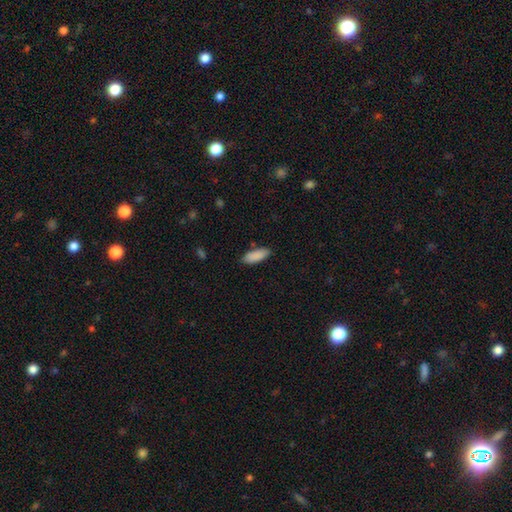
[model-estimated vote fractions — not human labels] This is clearly a smooth galaxy (89%). How rounded: likely in between (75%). Merging: clearly none (83%).